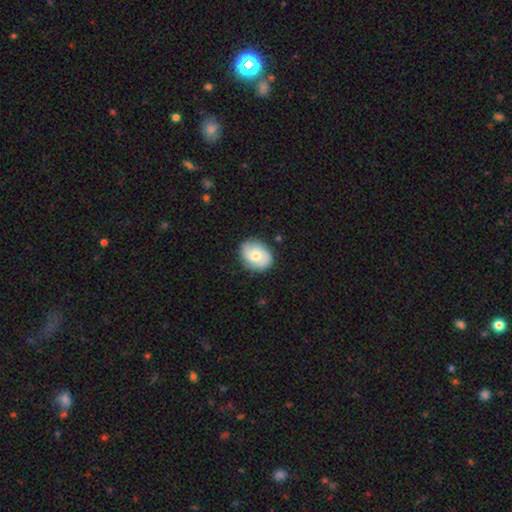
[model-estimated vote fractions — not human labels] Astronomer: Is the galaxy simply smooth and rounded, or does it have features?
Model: smooth — 58% (runner-up: featured or disk, 35%).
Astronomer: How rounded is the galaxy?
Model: in between — 58% (runner-up: round, 41%).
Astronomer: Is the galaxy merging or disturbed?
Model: none — 80%.